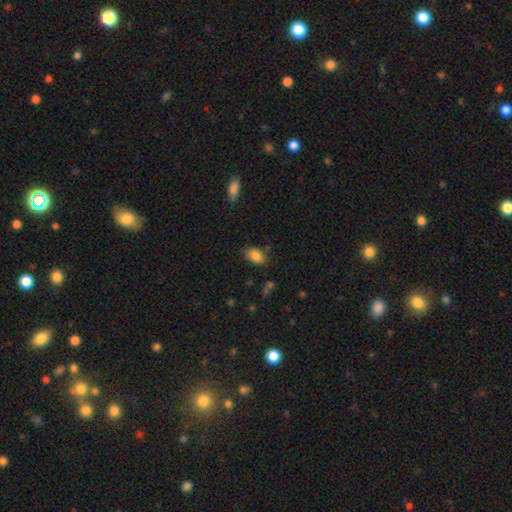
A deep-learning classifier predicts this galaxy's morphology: The model was most divided on "merging": none: 72%, minor disturbance: 19%, major disturbance: 5%, merger: 3%. More confident: how rounded — in between (87%); smooth or featured — smooth (85%).